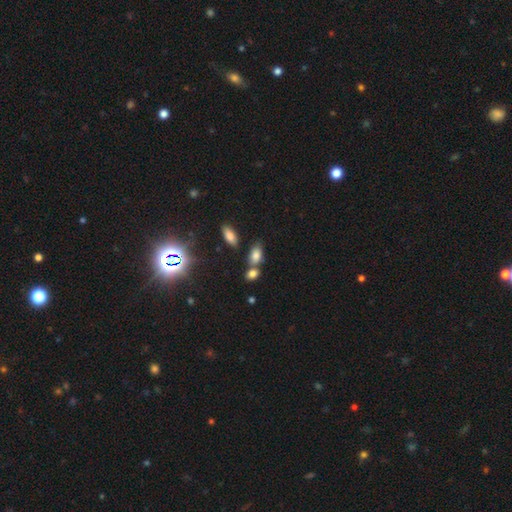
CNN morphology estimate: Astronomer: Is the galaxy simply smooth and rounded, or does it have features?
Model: smooth — 78%.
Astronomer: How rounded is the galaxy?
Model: in between — 85%.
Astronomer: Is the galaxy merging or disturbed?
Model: none — 53% (runner-up: merger, 29%).